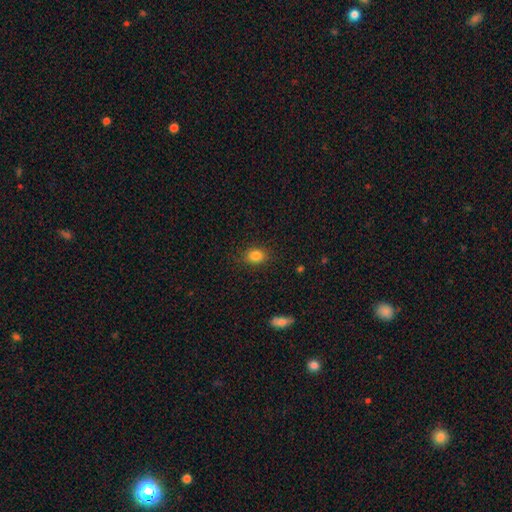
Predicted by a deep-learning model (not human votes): Morphology: type=smooth (84%); roundness=in between (54%); merging=none (86%).